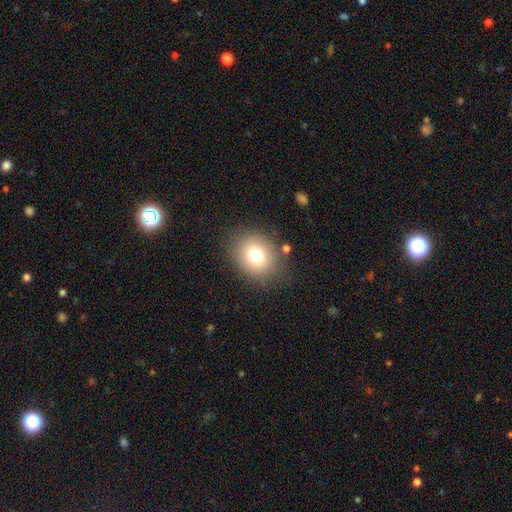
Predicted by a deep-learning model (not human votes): This is likely a smooth galaxy (75%). How rounded: likely round (66%). Merging: clearly none (82%).